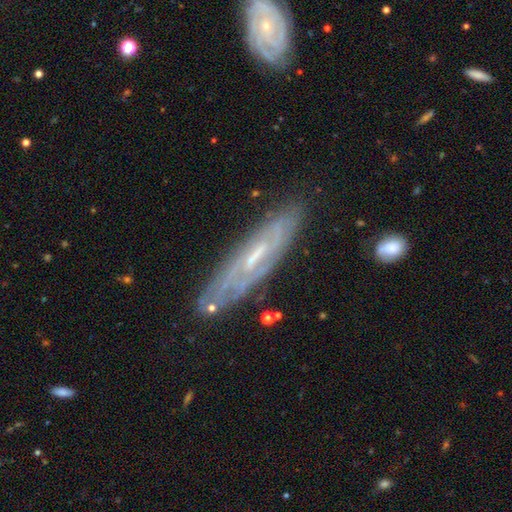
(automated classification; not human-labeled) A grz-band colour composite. It shows a featured or disk galaxy (73%). Merging: none (77%).